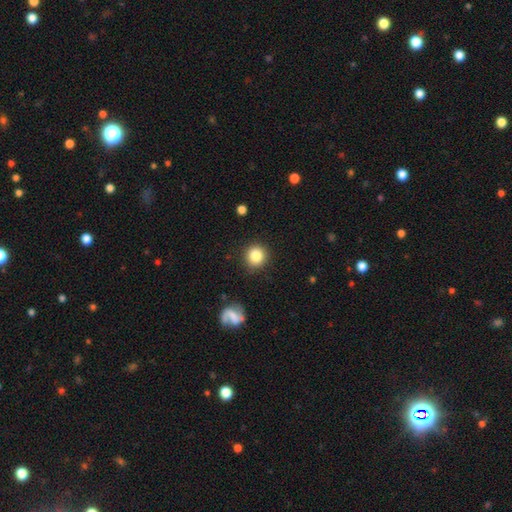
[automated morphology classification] This is clearly a smooth galaxy (83%). How rounded: clearly round (91%). Merging: clearly none (87%).